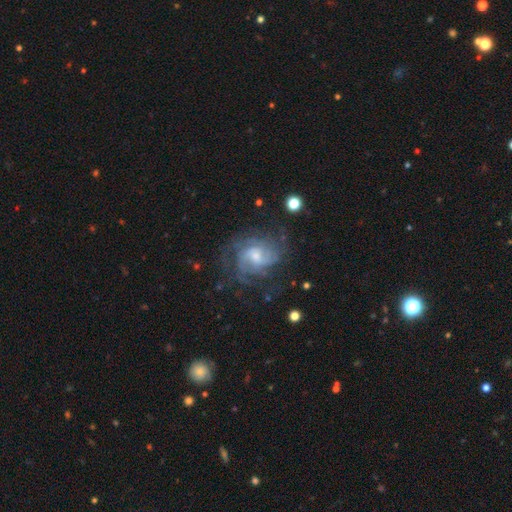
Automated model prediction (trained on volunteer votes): Overall: featured or disk (83%). Edge-on disk: no (98%). Bar: no (48%; weak 44%). Spiral arms: yes (94%). Spiral arm count: can't tell (34%; 3 22%). Spiral winding: tight (44%; medium 42%). Bulge size: small (45%; moderate 44%). Merging: none (66%).